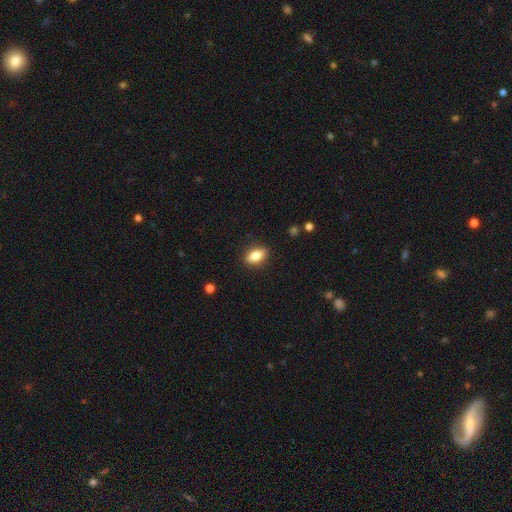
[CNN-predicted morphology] Smooth or featured?
  - smooth: 79% *
  - featured or disk: 13%
  - star or artifact: 8%
How rounded?
  - in between: 84% *
  - round: 8%
  - cigar-shaped: 8%
Merging?
  - none: 88% *
  - minor disturbance: 9%
  - major disturbance: 2%
  - merger: 1%